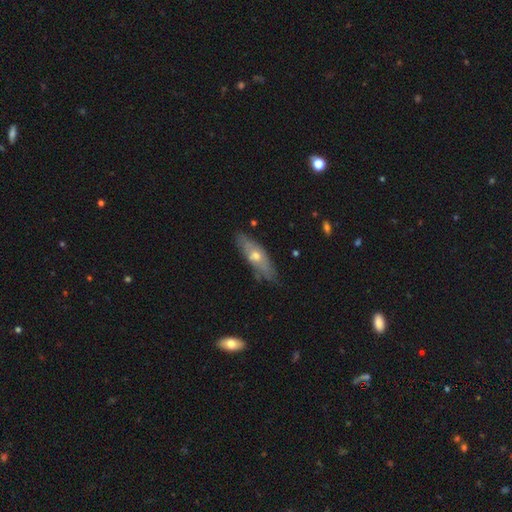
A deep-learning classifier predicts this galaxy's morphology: Smooth or featured: featured or disk — 55% (smooth — 38%)
Edge-on disk: no — 58% (yes — 42%)
Merging: none — 76% (minor disturbance — 19%)